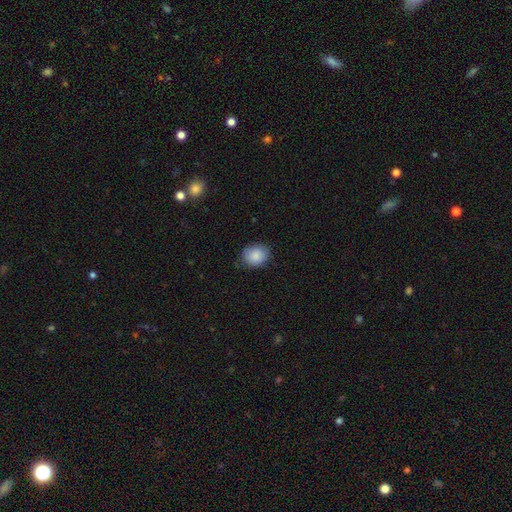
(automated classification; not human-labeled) Smooth or featured?
  - smooth: 87% *
  - star or artifact: 8%
  - featured or disk: 5%
How rounded?
  - round: 52% *
  - in between: 47%
  - cigar-shaped: 1%
Merging?
  - none: 79% *
  - minor disturbance: 16%
  - major disturbance: 3%
  - merger: 1%